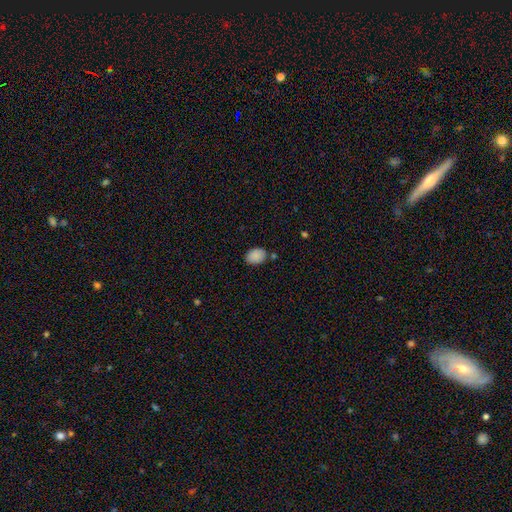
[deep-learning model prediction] This appears to be a smooth galaxy with no disk features (88%) that is in between round and cigar-shaped (76%). Merging: none (78%).